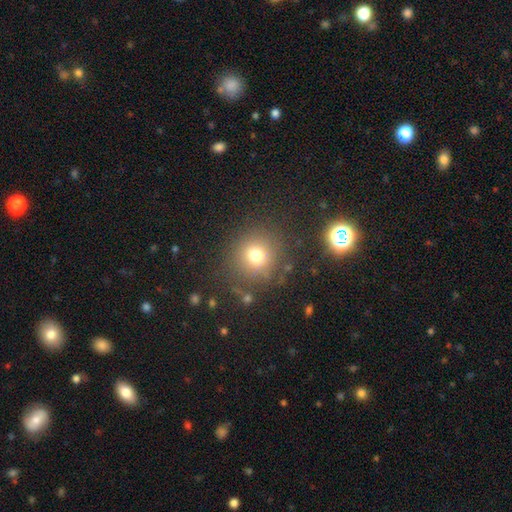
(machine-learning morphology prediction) smooth-or-featured: smooth: 74% | star or artifact: 16% | featured or disk: 10%
  how-rounded: round: 90% | in between: 9% | cigar-shaped: 1%
  merging: none: 83% | minor disturbance: 9% | major disturbance: 5% | merger: 3%